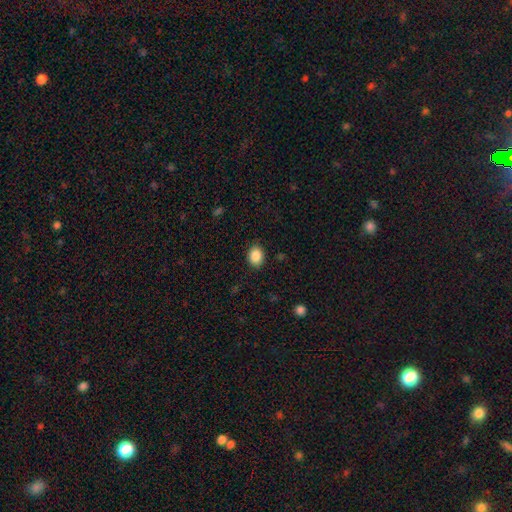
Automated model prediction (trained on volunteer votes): This appears to be a smooth galaxy with no disk features (88%) that is in between round and cigar-shaped (56%). Merging: none (87%).